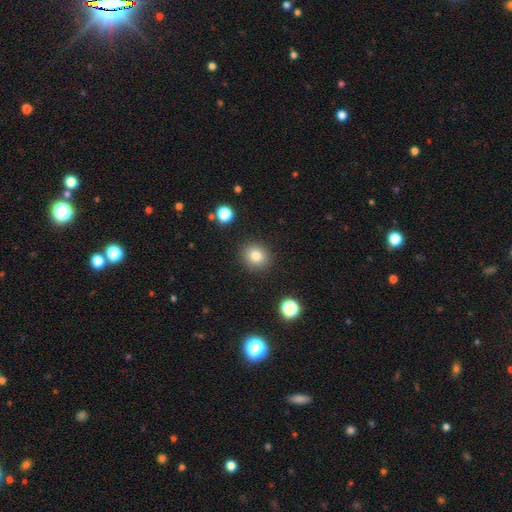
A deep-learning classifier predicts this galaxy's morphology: This appears to be a smooth galaxy with no disk features (81%) that is round (81%). Merging: none (89%).